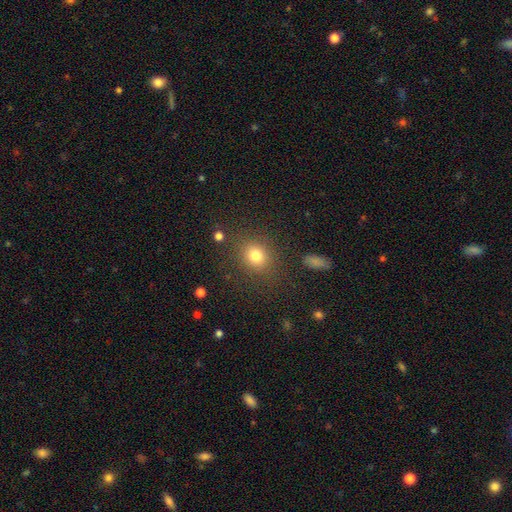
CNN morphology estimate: This appears to be a smooth galaxy with no disk features (80%) that is round (65%). Merging: none (82%).